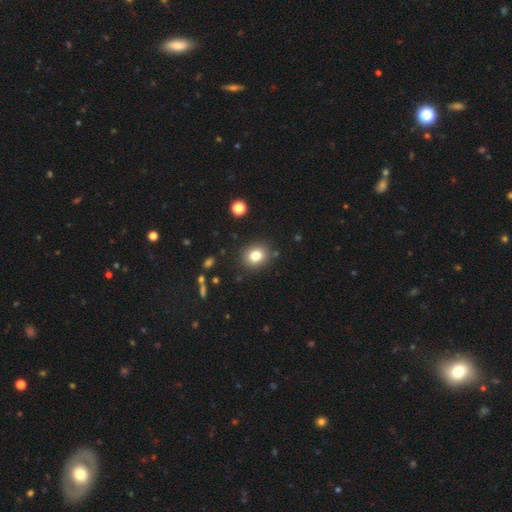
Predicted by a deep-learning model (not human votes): Smooth or featured: smooth — 80% (star or artifact — 12%)
How rounded: round — 71% (in between — 28%)
Merging: none — 87% (minor disturbance — 9%)